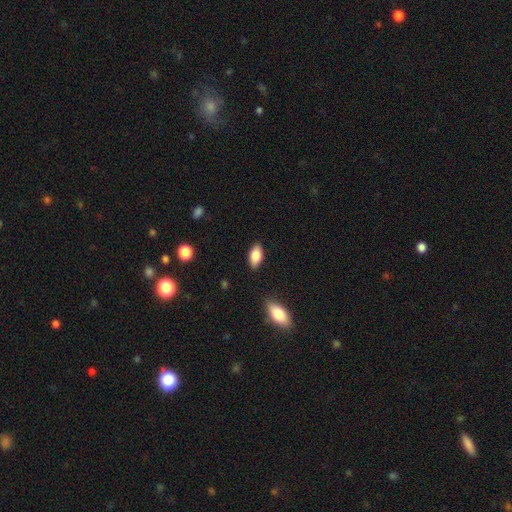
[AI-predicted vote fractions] Q: Smooth or featured?
A: smooth (84%); runner-up: featured or disk (9%)
Q: How rounded?
A: in between (91%); runner-up: cigar-shaped (6%)
Q: Merging?
A: none (86%); runner-up: minor disturbance (10%)